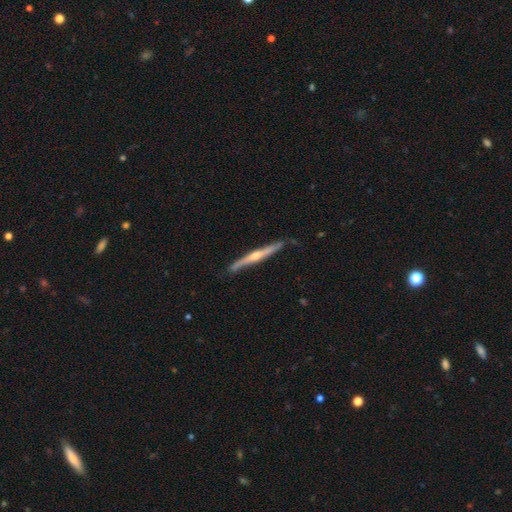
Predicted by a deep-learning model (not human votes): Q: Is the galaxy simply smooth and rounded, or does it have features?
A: featured or disk — 76%.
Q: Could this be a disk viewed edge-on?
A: yes — 97%.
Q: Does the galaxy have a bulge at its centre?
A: rounded — 84%.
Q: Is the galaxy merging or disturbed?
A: none — 84%.